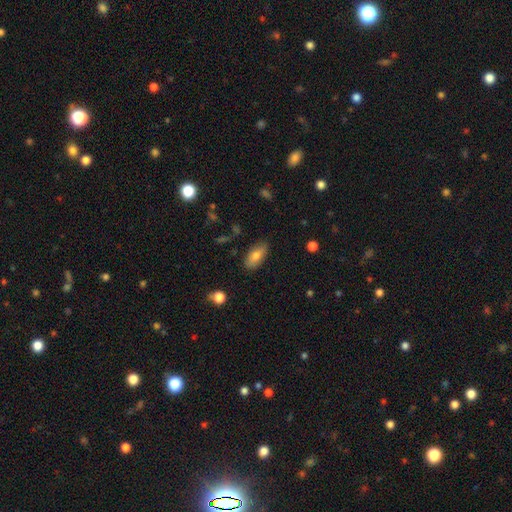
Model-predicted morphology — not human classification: smooth 75%, featured or disk 18%, star or artifact 8%. Down the decision tree: how rounded — in between (87%); merging — none (83%).